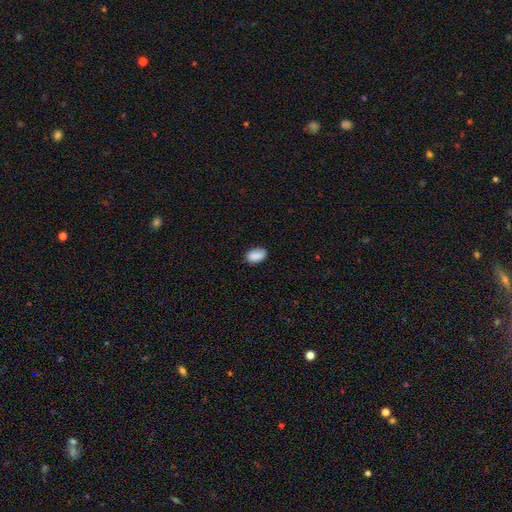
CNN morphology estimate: Smooth or featured? smooth (89%)
How rounded? in between (91%)
Merging? none (82%)